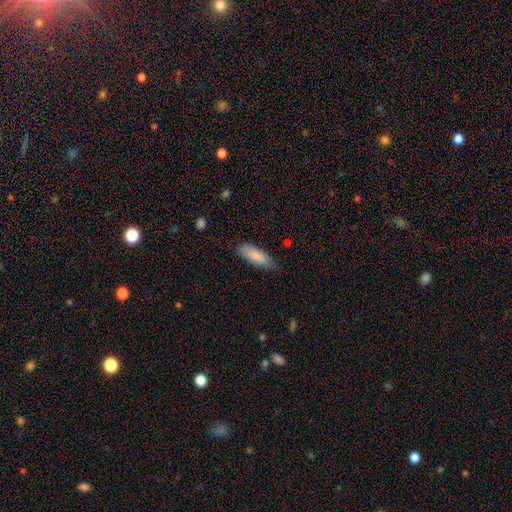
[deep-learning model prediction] This appears to be a smooth galaxy with no disk features (86%) that is in between round and cigar-shaped (67%). Merging: none (74%).